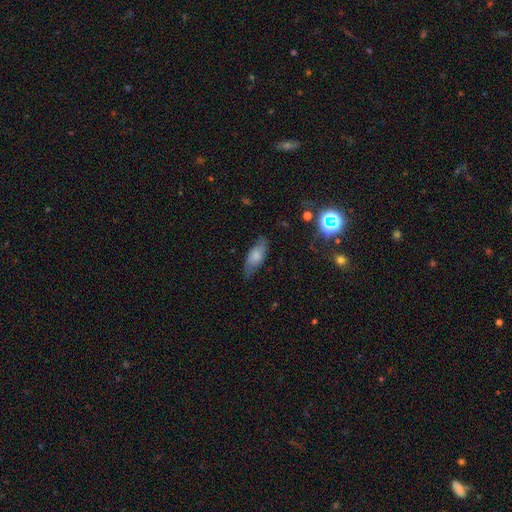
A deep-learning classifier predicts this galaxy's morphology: smooth_or_featured: smooth (p=0.65) [alt: featured or disk p=0.27]
how_rounded: in between (p=0.79) [alt: cigar-shaped p=0.18]
merging: none (p=0.72) [alt: minor disturbance p=0.21]